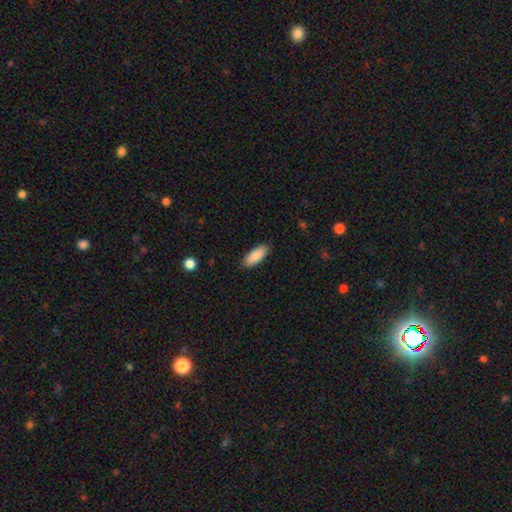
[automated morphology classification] Smooth or featured? smooth (88%)
How rounded? in between (76%)
Merging? none (89%)